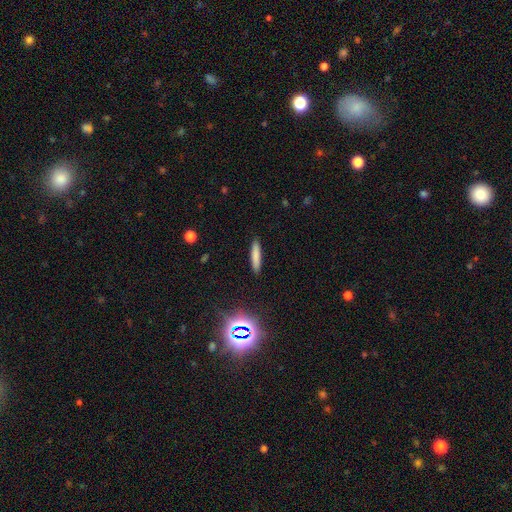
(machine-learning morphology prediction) Smooth or featured? Predicted: smooth (p=0.80). How rounded? Predicted: cigar-shaped (p=0.88). Merging? Predicted: none (p=0.90).